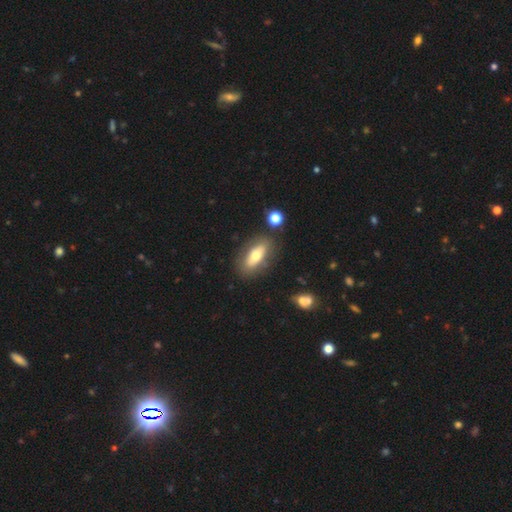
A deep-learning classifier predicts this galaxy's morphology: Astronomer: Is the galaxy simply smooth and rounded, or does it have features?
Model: smooth — 61%.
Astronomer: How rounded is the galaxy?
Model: in between — 76%.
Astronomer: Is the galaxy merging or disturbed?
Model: none — 79%.